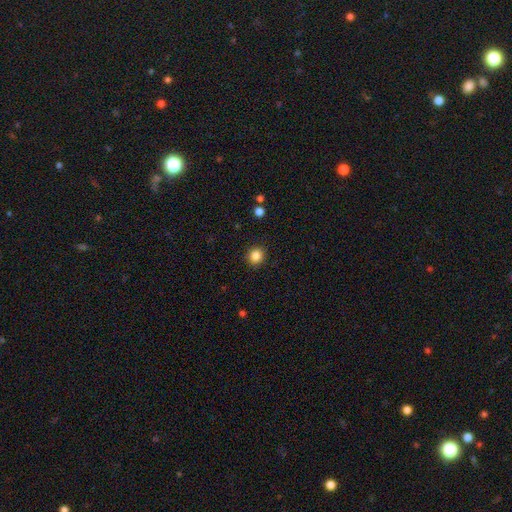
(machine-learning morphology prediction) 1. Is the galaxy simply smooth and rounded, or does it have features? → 85% smooth, 11% star or artifact, 4% featured or disk.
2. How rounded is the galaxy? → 87% round, 12% in between, 1% cigar-shaped.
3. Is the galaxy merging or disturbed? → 91% none, 6% minor disturbance, 2% major disturbance, 1% merger.